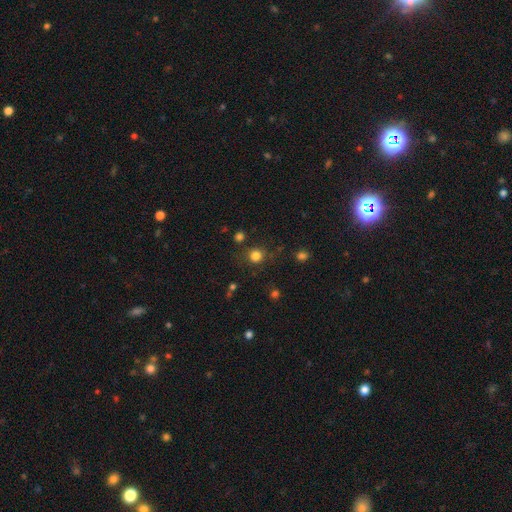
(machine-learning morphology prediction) Smooth or featured?
  - smooth: 81% *
  - star or artifact: 14%
  - featured or disk: 5%
How rounded?
  - round: 88% *
  - in between: 11%
  - cigar-shaped: 1%
Merging?
  - none: 82% *
  - minor disturbance: 10%
  - major disturbance: 4%
  - merger: 4%